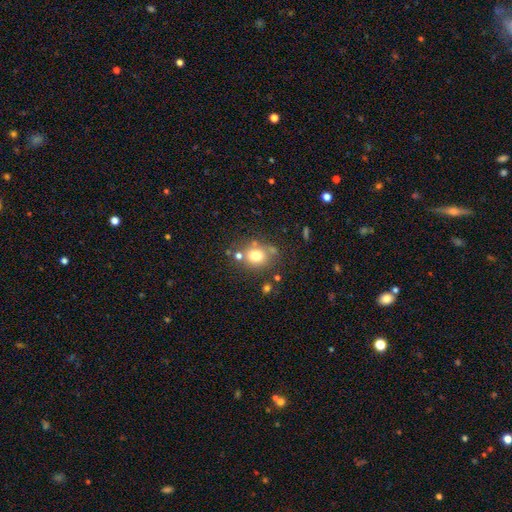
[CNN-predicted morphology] smooth 74%, featured or disk 13%, star or artifact 13%. Down the decision tree: how rounded — round (67%); merging — none (66%).